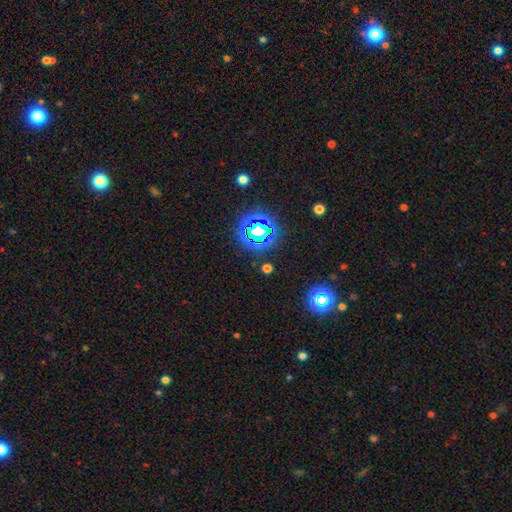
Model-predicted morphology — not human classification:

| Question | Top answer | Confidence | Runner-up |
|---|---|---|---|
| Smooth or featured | star or artifact | 77% | smooth (16%) |